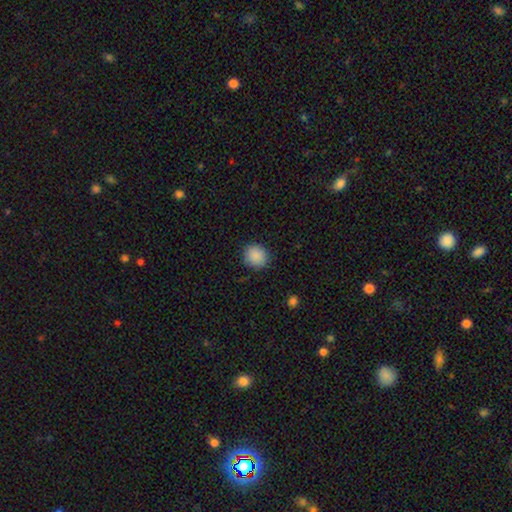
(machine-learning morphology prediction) type=smooth (89%); roundness=round (86%); merging=none (87%).